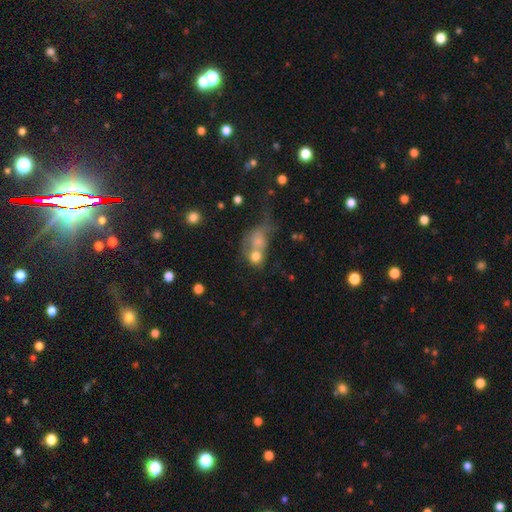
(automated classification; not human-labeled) Overall: smooth (65%). How rounded: round (54%; in between 44%). Merging: merger (60%).